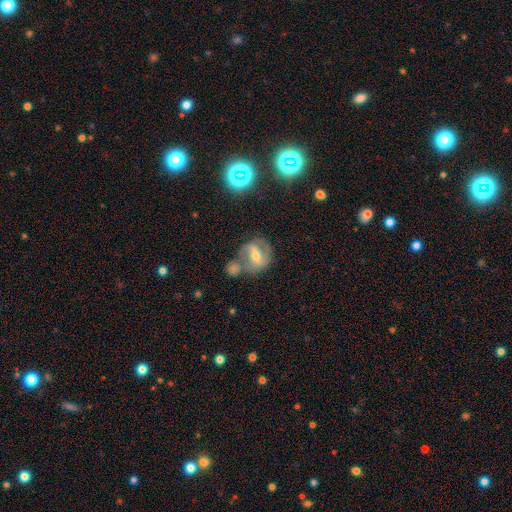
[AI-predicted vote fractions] The model was most divided on "bar": strong: 42%, weak: 40%, no: 18%. Remaining: edge-on disk — no (96%); spiral arms — yes (87%); spiral arm count — 2 (78%); smooth or featured — featured or disk (72%); bulge size — moderate (58%); spiral winding — medium (50%); merging — none (47%).